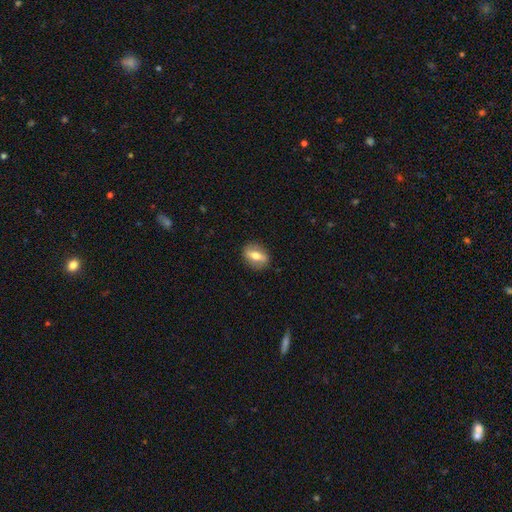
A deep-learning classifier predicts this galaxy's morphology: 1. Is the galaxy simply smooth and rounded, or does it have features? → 52% smooth, 41% featured or disk, 7% star or artifact.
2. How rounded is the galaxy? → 66% in between, 28% round, 6% cigar-shaped.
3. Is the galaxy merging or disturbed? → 86% none, 11% minor disturbance, 3% major disturbance, 1% merger.